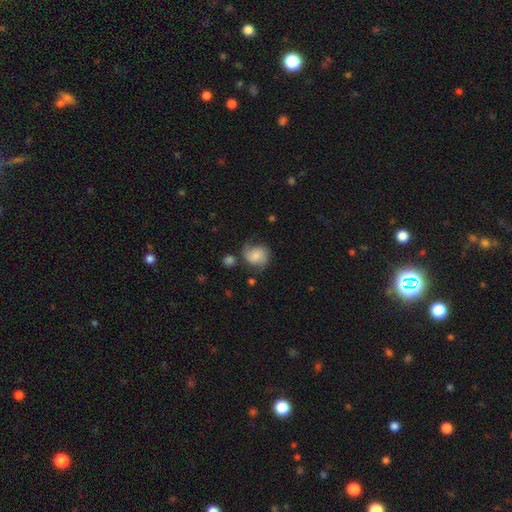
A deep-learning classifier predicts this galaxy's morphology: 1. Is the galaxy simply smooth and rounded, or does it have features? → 60% smooth, 32% featured or disk, 8% star or artifact.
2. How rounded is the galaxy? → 67% round, 32% in between, 1% cigar-shaped.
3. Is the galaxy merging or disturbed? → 49% none, 30% minor disturbance, 16% major disturbance, 6% merger.